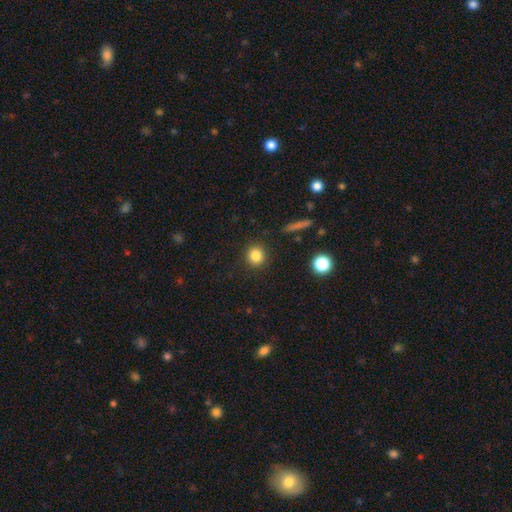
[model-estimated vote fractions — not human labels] smooth 84%, star or artifact 11%, featured or disk 6%. Down the decision tree: how rounded — round (90%); merging — none (90%).